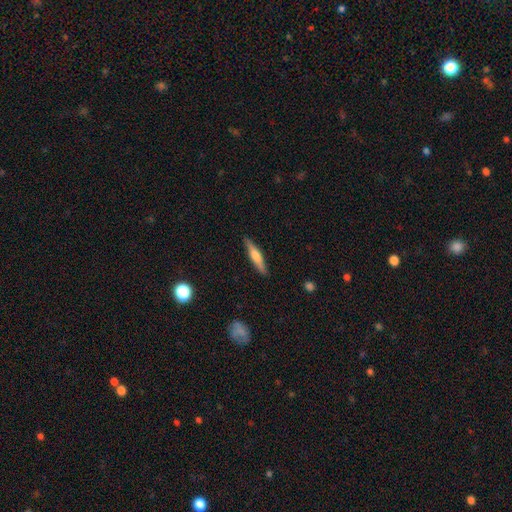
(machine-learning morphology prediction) smooth_or_featured: smooth (p=0.50) [alt: featured or disk p=0.44]
merging: none (p=0.89) [alt: minor disturbance p=0.08]